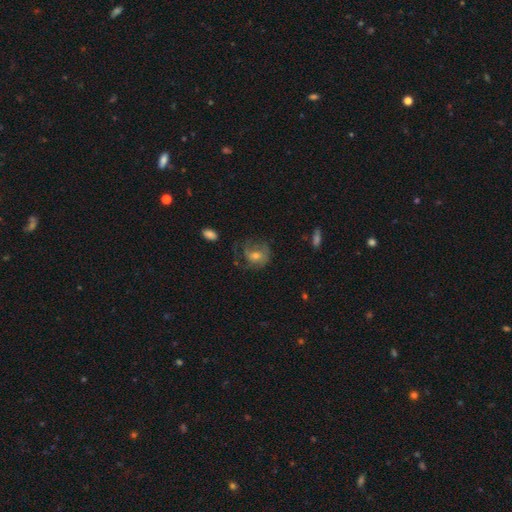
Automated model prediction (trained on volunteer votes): This appears to be a featured or disk galaxy (54%) with no bar (59%), spiral arms (73%) and a moderate central bulge (55%). Merging: none (52%).